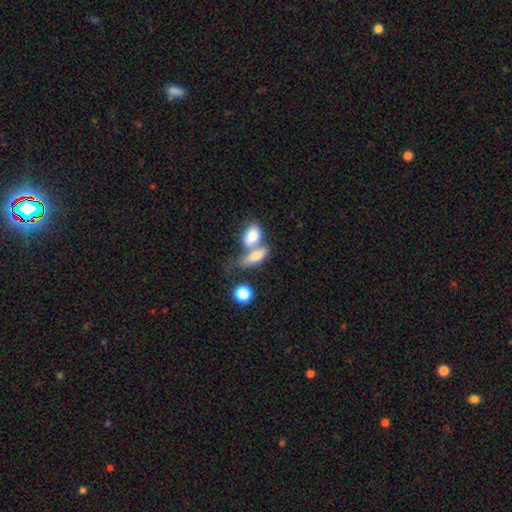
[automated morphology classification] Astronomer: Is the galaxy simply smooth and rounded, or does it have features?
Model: smooth — 76%.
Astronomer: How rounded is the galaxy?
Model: in between — 76%.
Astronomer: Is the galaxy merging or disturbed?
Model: merger — 58%.